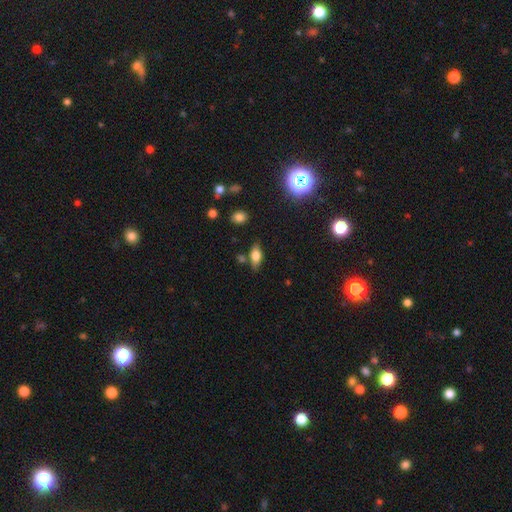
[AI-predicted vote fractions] A smooth galaxy with no disk features (62%) that is in between round and cigar-shaped (79%).

Vote fractions:
- Smooth or featured? smooth: 62% / featured or disk: 27% / star or artifact: 10%
- How rounded? in between: 79% / cigar-shaped: 15% / round: 6%
- Merging? none: 74% / minor disturbance: 16% / merger: 6% / major disturbance: 4%